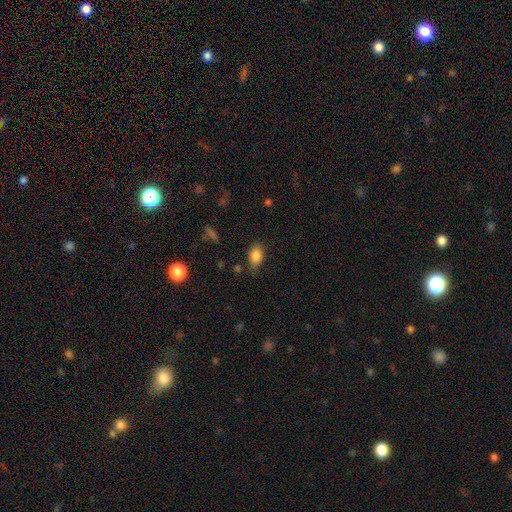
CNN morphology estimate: smooth-or-featured: smooth: 84% | star or artifact: 9% | featured or disk: 7%
  how-rounded: in between: 85% | round: 12% | cigar-shaped: 2%
  merging: none: 77% | minor disturbance: 18% | major disturbance: 4% | merger: 2%